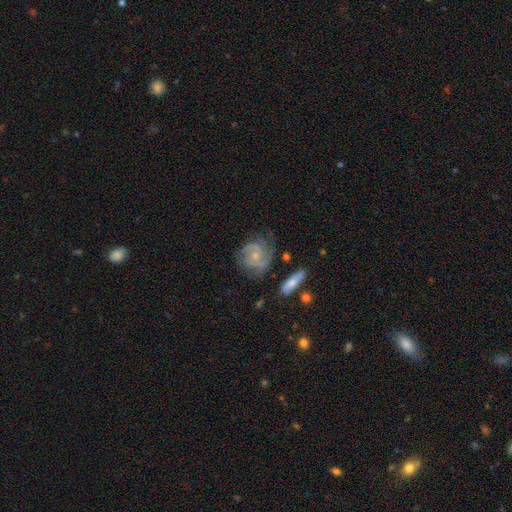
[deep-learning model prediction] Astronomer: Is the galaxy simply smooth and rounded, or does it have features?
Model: featured or disk — 78%.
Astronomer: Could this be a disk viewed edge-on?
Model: no — 97%.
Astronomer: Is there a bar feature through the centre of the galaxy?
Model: no — 69%.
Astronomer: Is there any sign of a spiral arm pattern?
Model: yes — 92%.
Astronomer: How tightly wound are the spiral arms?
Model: tight — 49% (runner-up: medium, 38%).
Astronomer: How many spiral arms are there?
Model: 2 — 43% (runner-up: can't tell, 23%).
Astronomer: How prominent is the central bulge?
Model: small — 64%.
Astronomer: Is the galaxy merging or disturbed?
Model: none — 61%.